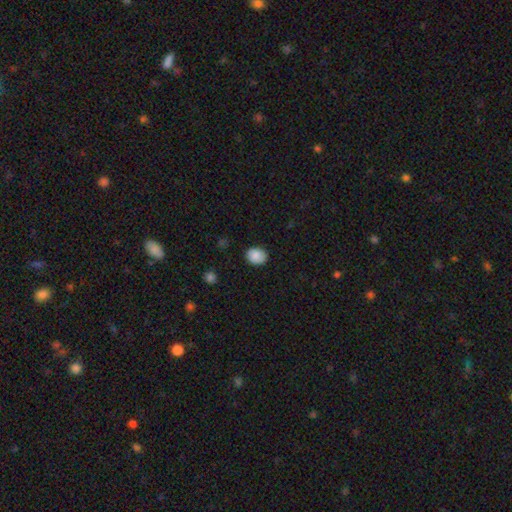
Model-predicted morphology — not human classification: smooth 87%, star or artifact 8%, featured or disk 5%. Down the decision tree: how rounded — round (54%); merging — none (85%).